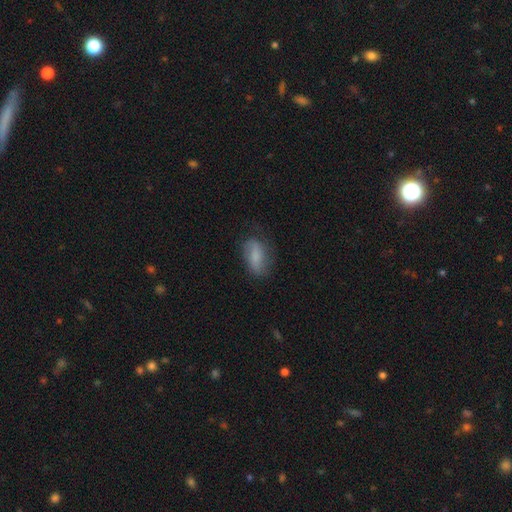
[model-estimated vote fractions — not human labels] This appears to be a smooth galaxy with no disk features (68%) that is in between round and cigar-shaped (85%). Merging: none (62%).